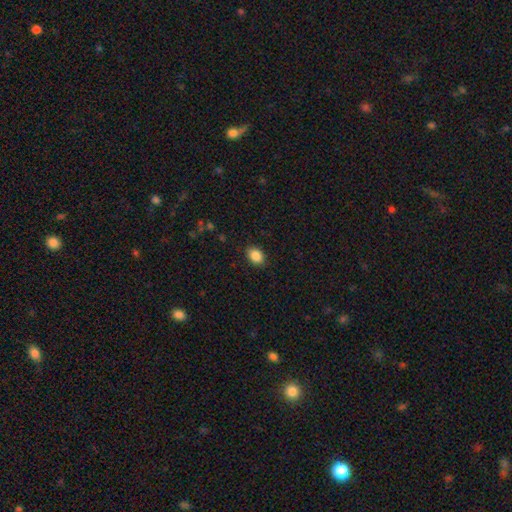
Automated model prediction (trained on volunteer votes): Smooth or featured?
  - smooth: 87% *
  - star or artifact: 9%
  - featured or disk: 5%
How rounded?
  - in between: 79% *
  - round: 20%
  - cigar-shaped: 1%
Merging?
  - none: 88% *
  - minor disturbance: 9%
  - major disturbance: 2%
  - merger: 1%